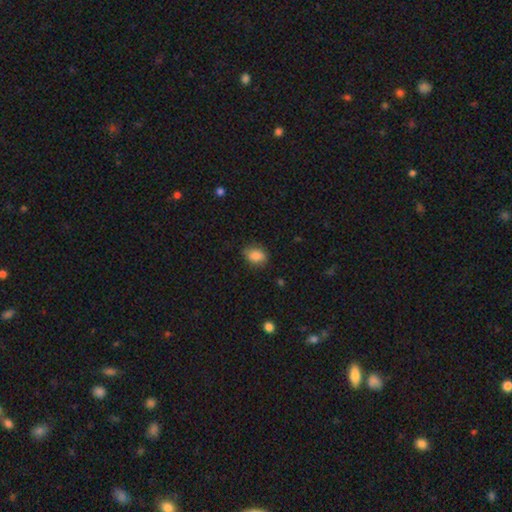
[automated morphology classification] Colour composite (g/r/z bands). It shows a smooth galaxy with no disk features (84%) that is in between round and cigar-shaped (69%). Merging: none (78%).